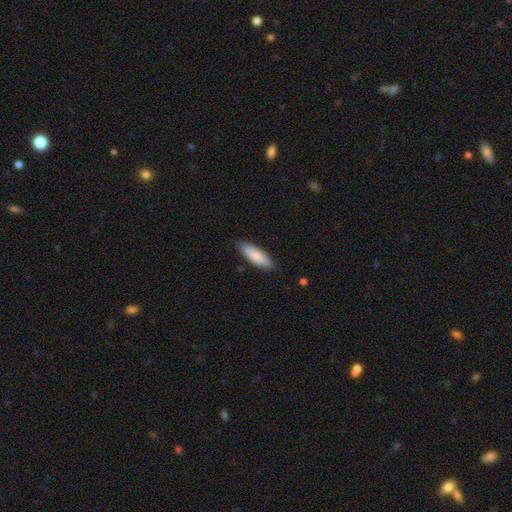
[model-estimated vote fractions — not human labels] Smooth or featured? Predicted: smooth (p=0.84). How rounded? Predicted: in between (p=0.56). Merging? Predicted: none (p=0.83).